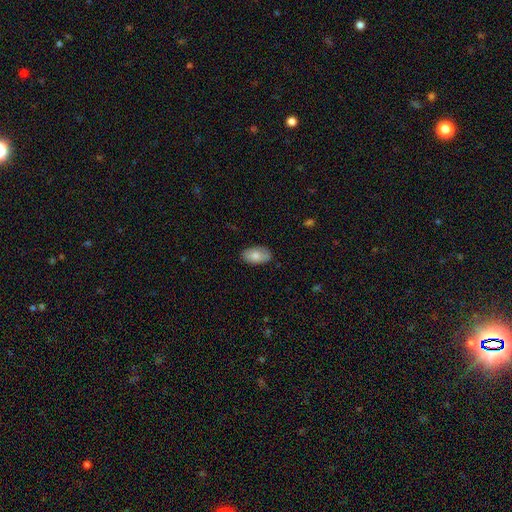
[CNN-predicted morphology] Smooth or featured? Predicted: smooth (p=0.79). How rounded? Predicted: in between (p=0.94). Merging? Predicted: none (p=0.83).